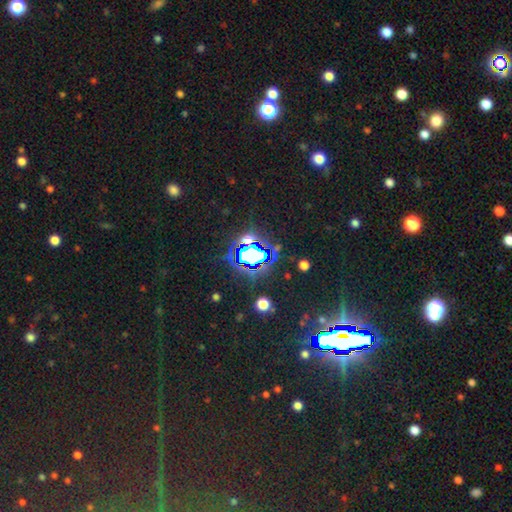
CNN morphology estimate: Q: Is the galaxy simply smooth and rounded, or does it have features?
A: star or artifact — 78%.